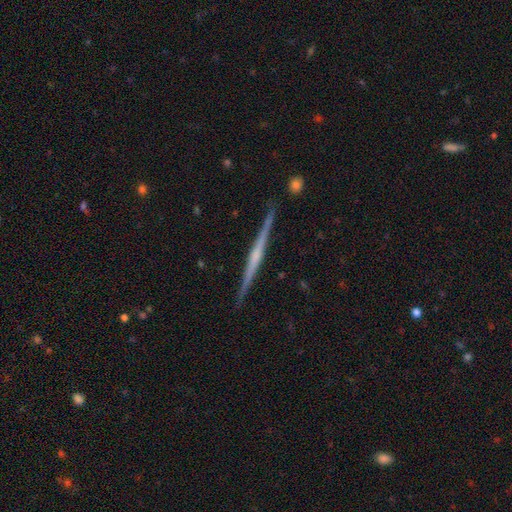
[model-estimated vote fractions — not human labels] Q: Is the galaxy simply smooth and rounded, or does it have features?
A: featured or disk — 78%.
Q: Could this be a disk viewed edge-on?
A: yes — 98%.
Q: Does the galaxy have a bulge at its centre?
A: rounded — 46%.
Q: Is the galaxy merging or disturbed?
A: none — 91%.